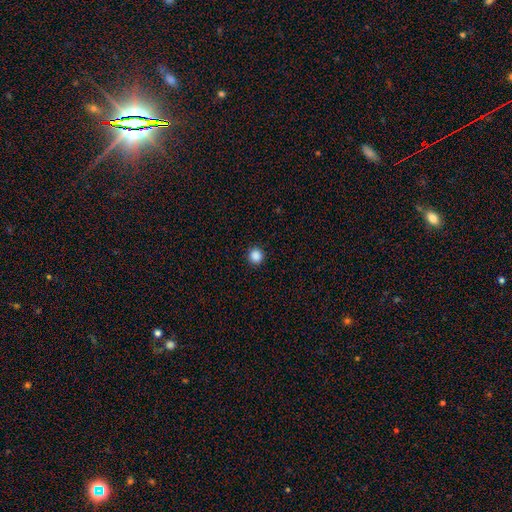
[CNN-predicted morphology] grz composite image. It shows a smooth galaxy with no disk features (87%) that is round (93%). Merging: none (92%).